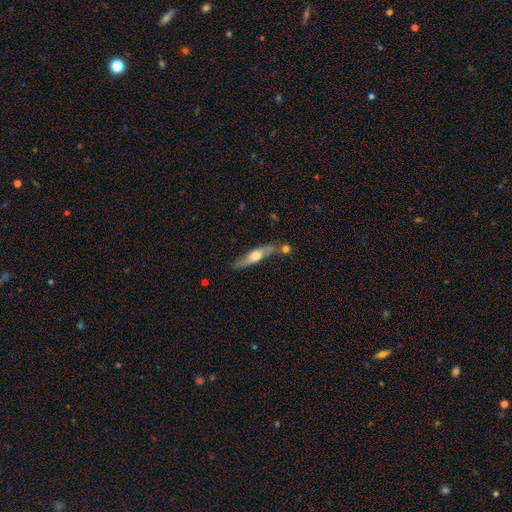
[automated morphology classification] smooth-or-featured: featured or disk: 50% | smooth: 45% | star or artifact: 6%
  merging: none: 70% | minor disturbance: 15% | merger: 11% | major disturbance: 4%